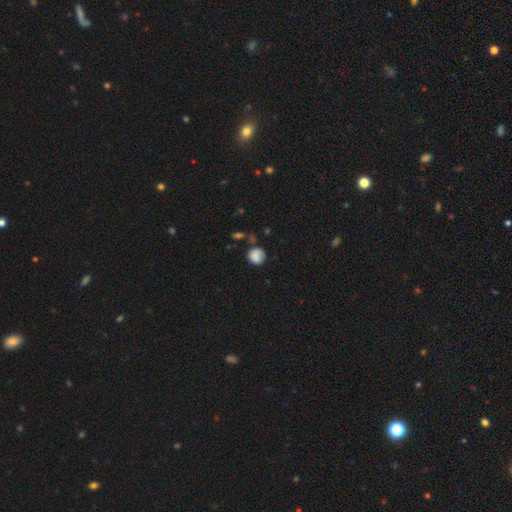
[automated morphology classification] smooth 80%, featured or disk 11%, star or artifact 9%. Down the decision tree: how rounded — round (81%); merging — none (57%).